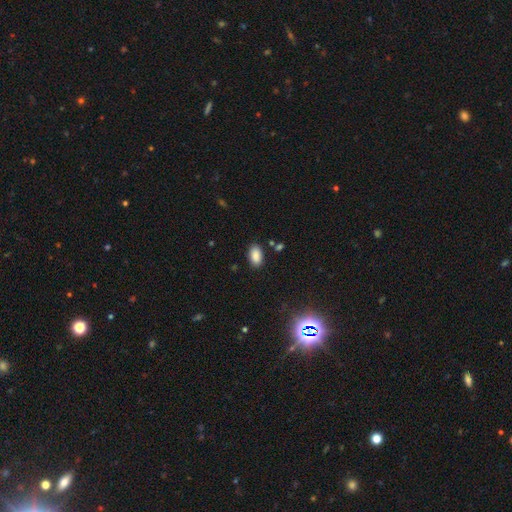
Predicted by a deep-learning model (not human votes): A smooth galaxy with no disk features (87%) that is in between round and cigar-shaped (93%). Merging: none (86%).